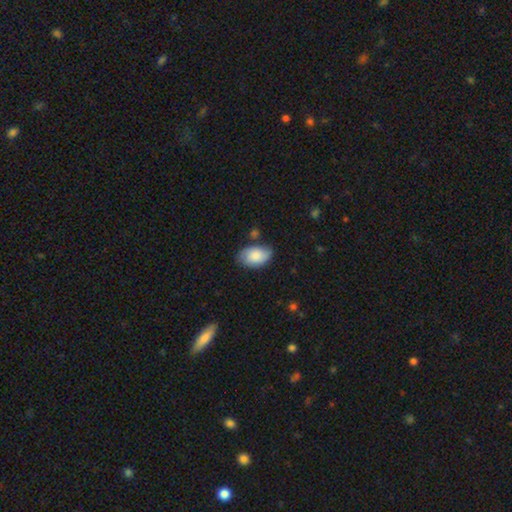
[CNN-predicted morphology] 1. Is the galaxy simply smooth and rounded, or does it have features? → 80% smooth, 14% featured or disk, 7% star or artifact.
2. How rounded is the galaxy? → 92% in between, 7% round, 1% cigar-shaped.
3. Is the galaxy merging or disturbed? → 70% none, 22% minor disturbance, 4% major disturbance, 4% merger.